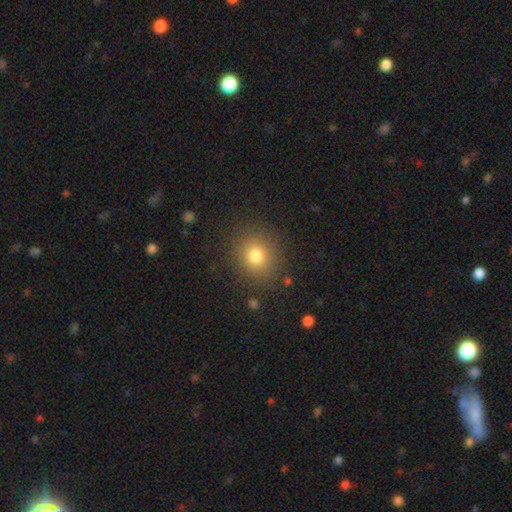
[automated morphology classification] type=smooth (78%); roundness=round (81%); merging=none (87%).